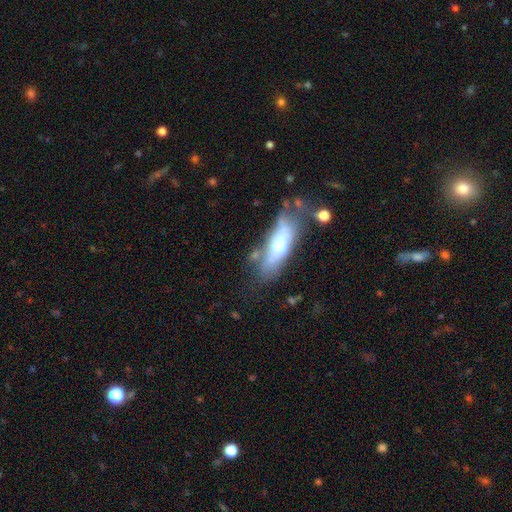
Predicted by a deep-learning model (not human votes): Smooth or featured?
  - smooth: 48% *
  - featured or disk: 44%
  - star or artifact: 9%
Merging?
  - none: 49% *
  - minor disturbance: 26%
  - major disturbance: 16%
  - merger: 10%